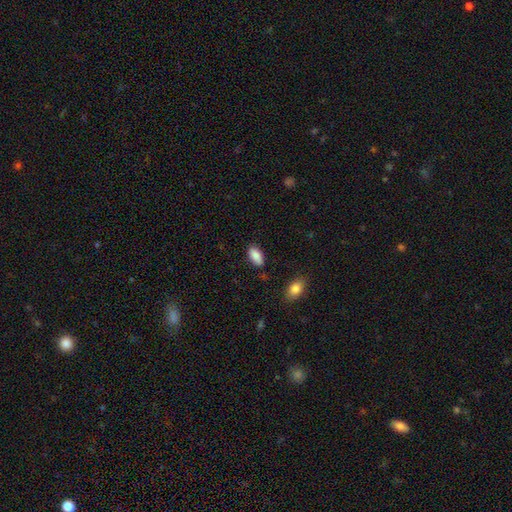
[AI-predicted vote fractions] A smooth galaxy with no disk features (88%) that is in between round and cigar-shaped (92%).

Vote fractions:
- Smooth or featured? smooth: 88% / star or artifact: 7% / featured or disk: 5%
- How rounded? in between: 92% / cigar-shaped: 5% / round: 3%
- Merging? none: 84% / minor disturbance: 12% / major disturbance: 3% / merger: 2%